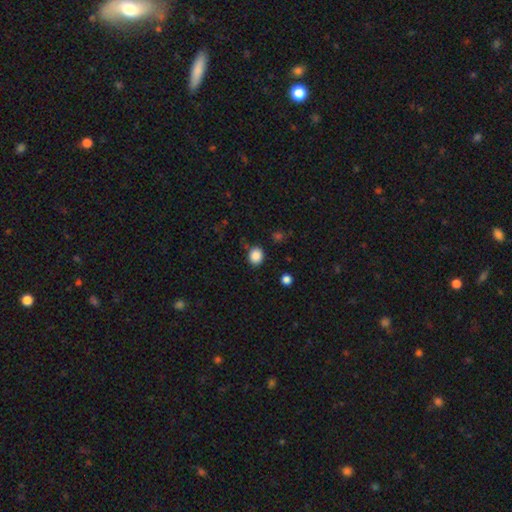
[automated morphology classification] Smooth or featured: smooth — 87% (star or artifact — 10%)
How rounded: round — 67% (in between — 32%)
Merging: none — 83% (minor disturbance — 11%)